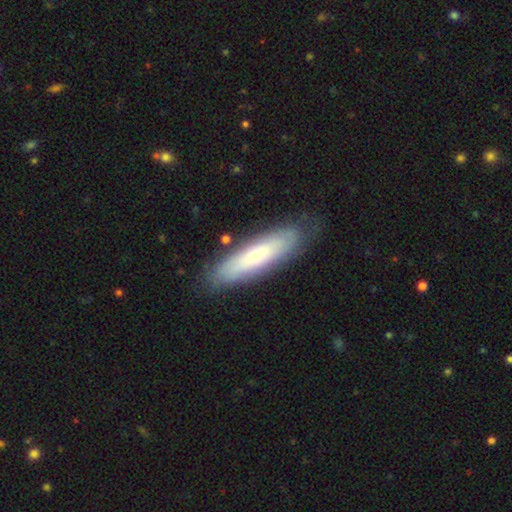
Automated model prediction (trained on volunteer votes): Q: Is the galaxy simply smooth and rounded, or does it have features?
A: smooth — 52%.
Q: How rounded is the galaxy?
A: cigar-shaped — 67%.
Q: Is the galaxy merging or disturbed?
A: none — 80%.